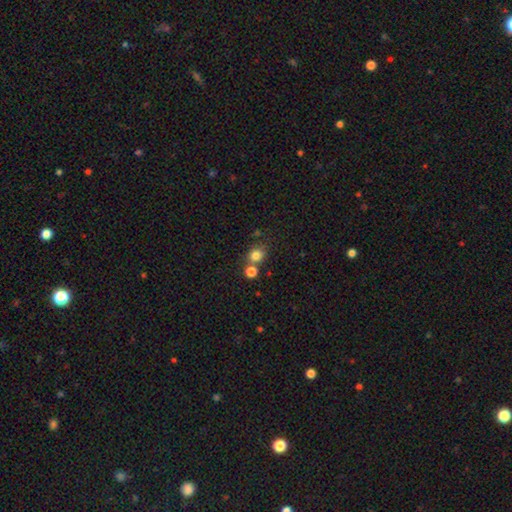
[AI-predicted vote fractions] Smooth or featured: smooth — 80% (star or artifact — 13%)
How rounded: round — 75% (in between — 24%)
Merging: none — 62% (merger — 25%)